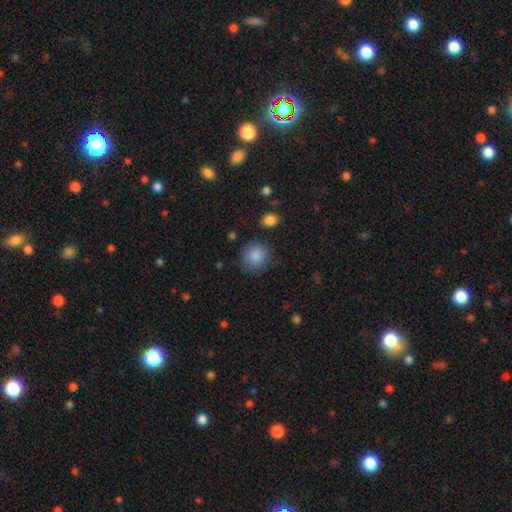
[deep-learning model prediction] Smooth or featured: smooth — 87% (star or artifact — 8%)
How rounded: round — 88% (in between — 11%)
Merging: none — 80% (minor disturbance — 13%)